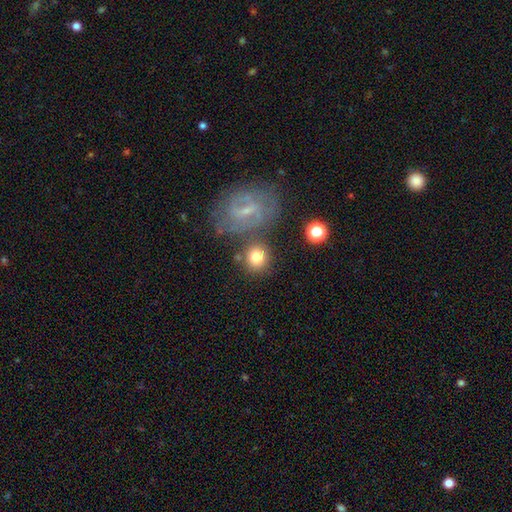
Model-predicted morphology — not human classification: Overall: smooth (46%; featured or disk 41%). Merging: none (73%).